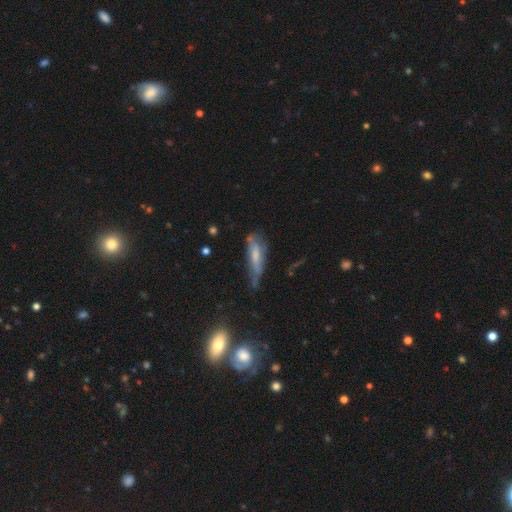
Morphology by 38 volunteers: A featured or disk galaxy (50%) with no bar (50%), loose (57%) spiral arms (70%) and a moderate central bulge (60%).

Vote fractions:
- Smooth or featured? featured or disk: 50% / smooth: 47% / star or artifact: 3%
- Edge-on disk? no: 53% / yes: 47%
- Bar? no: 50% / strong: 40% / weak: 10%
- Spiral arms? yes: 70% / no: 30%
- Spiral winding? loose: 57% / medium: 29% / tight: 14%
- Spiral arm count? can't tell: 57% / 2: 43% / 1: 0% / 3: 0% / 4: 0% / more than 4: 0%
- Bulge size? moderate: 60% / small: 20% / none: 20% / dominant: 0% / large: 0%
- Merging? minor disturbance: 41% / none: 30% / major disturbance: 27% / merger: 3%